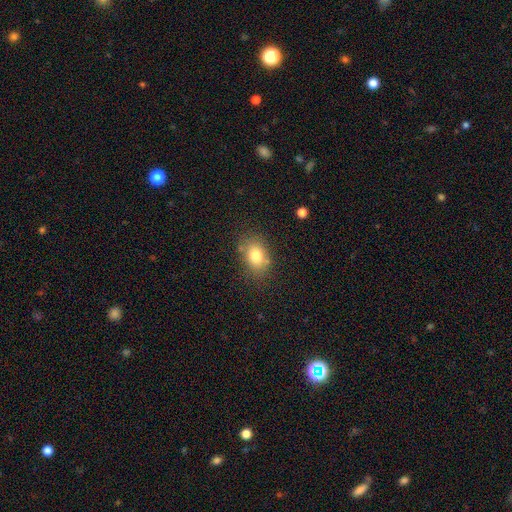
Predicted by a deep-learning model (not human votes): Morphology: type=smooth (80%); roundness=in between (75%); merging=none (77%).